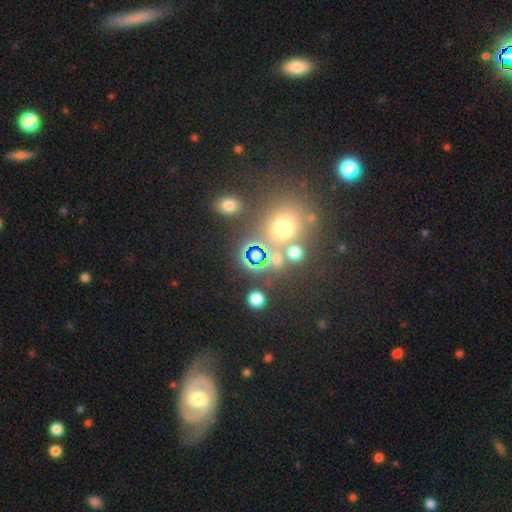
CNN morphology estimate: smooth_or_featured: star or artifact (p=0.46) [alt: smooth p=0.44]